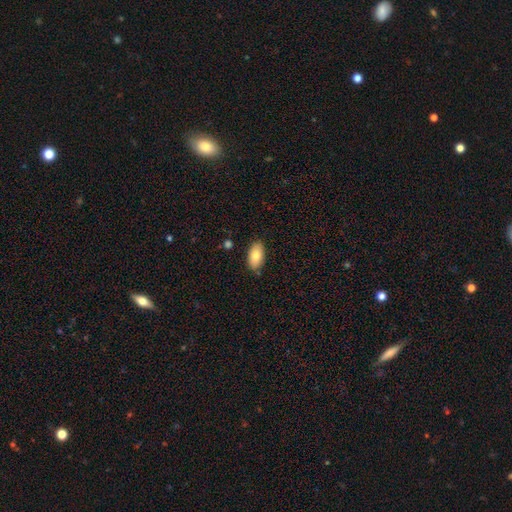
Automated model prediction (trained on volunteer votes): Smooth or featured: smooth — 81% (featured or disk — 13%)
How rounded: in between — 94% (round — 3%)
Merging: none — 86% (minor disturbance — 10%)